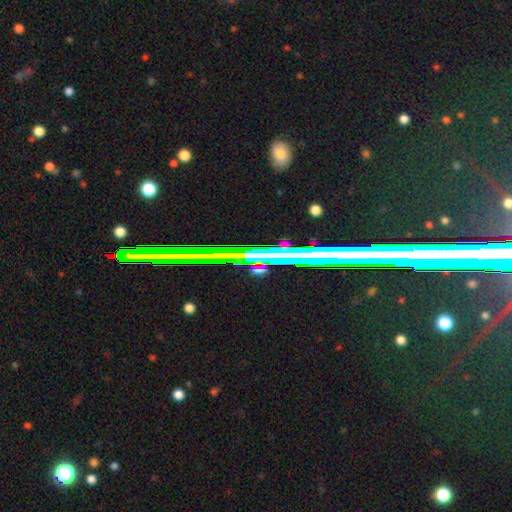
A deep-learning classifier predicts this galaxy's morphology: smooth-or-featured: star or artifact: 66% | featured or disk: 24% | smooth: 10%